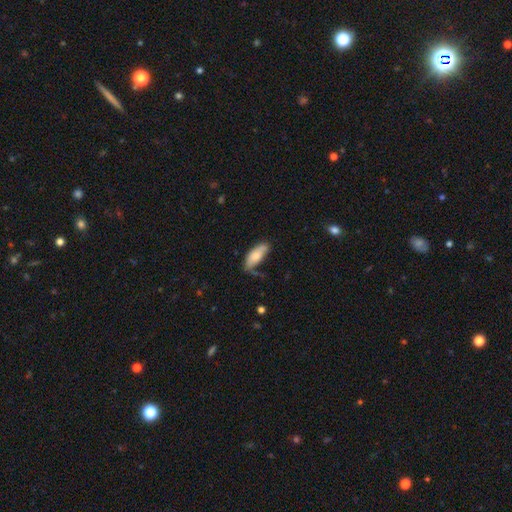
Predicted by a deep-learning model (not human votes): smooth 74%, featured or disk 20%, star or artifact 6%. Down the decision tree: how rounded — in between (76%); merging — none (56%).